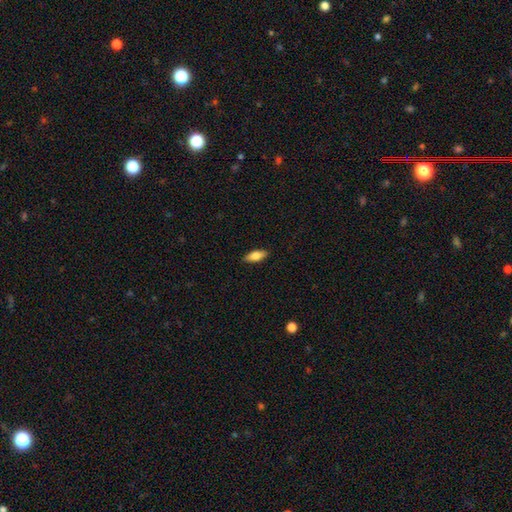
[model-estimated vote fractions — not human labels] smooth-or-featured: smooth: 75% | featured or disk: 19% | star or artifact: 6%
  how-rounded: in between: 76% | cigar-shaped: 21% | round: 3%
  merging: none: 89% | minor disturbance: 8% | major disturbance: 2% | merger: 1%